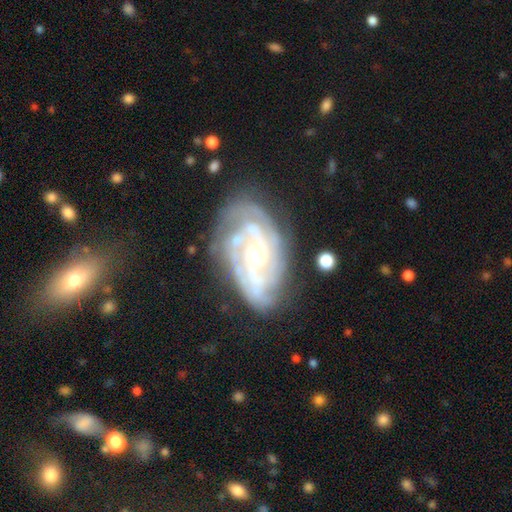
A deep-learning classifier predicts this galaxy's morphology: The model was most divided on "spiral arm count": 2: 28%, 3: 27%, can't tell: 26%, 4: 10%, more than 4: 5%, 1: 5%. More confident: edge-on disk — no (96%); spiral arms — yes (93%); smooth or featured — featured or disk (86%); merging — none (66%); bar — no (63%); spiral winding — tight (59%); bulge size — moderate (56%).